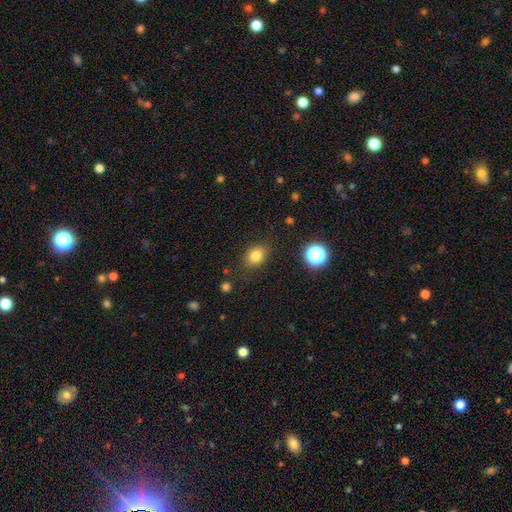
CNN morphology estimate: Smooth or featured? Predicted: smooth (p=0.80). How rounded? Predicted: in between (p=0.57). Merging? Predicted: none (p=0.81).